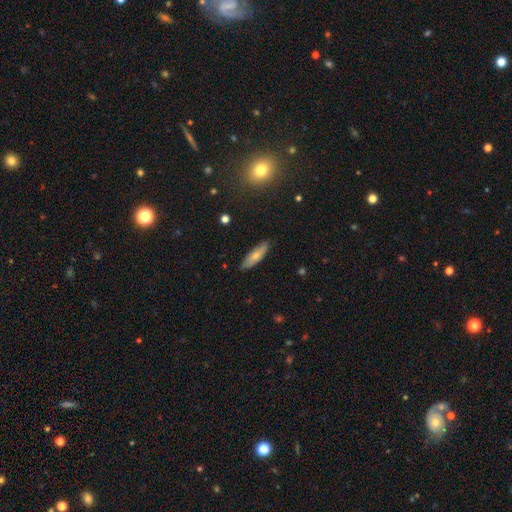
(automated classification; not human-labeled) Q: Smooth or featured?
A: smooth (62%); runner-up: featured or disk (31%)
Q: How rounded?
A: cigar-shaped (56%); runner-up: in between (41%)
Q: Merging?
A: none (86%); runner-up: minor disturbance (11%)